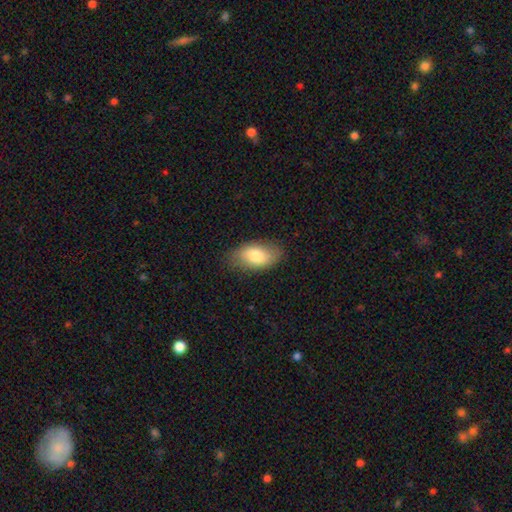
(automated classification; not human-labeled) Morphology: type=smooth (77%); roundness=in between (93%); merging=none (81%).